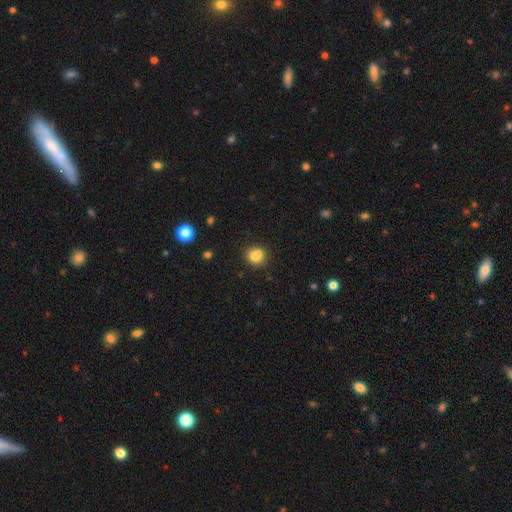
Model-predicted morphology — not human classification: Smooth or featured: smooth — 78% (star or artifact — 11%)
How rounded: round — 72% (in between — 27%)
Merging: none — 54% (merger — 28%)